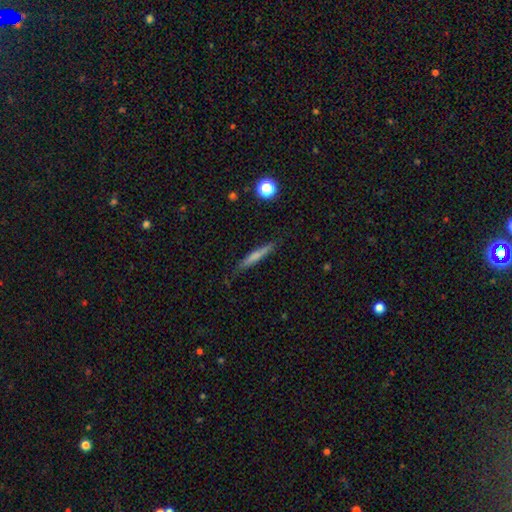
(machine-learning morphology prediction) type=smooth (65%); roundness=cigar-shaped (94%); merging=none (85%).